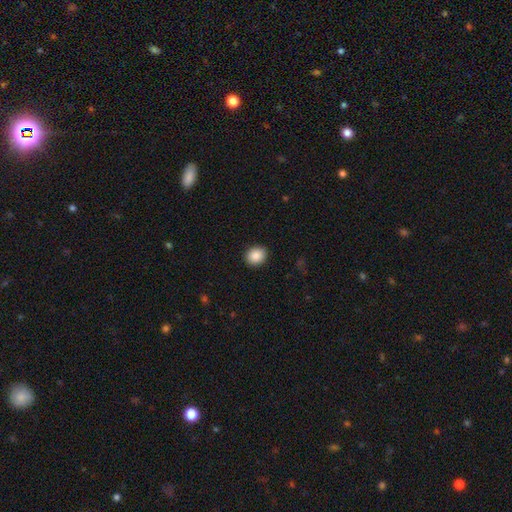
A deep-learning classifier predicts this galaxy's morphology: This is clearly a smooth galaxy (89%). How rounded: likely round (63%). Merging: clearly none (90%).